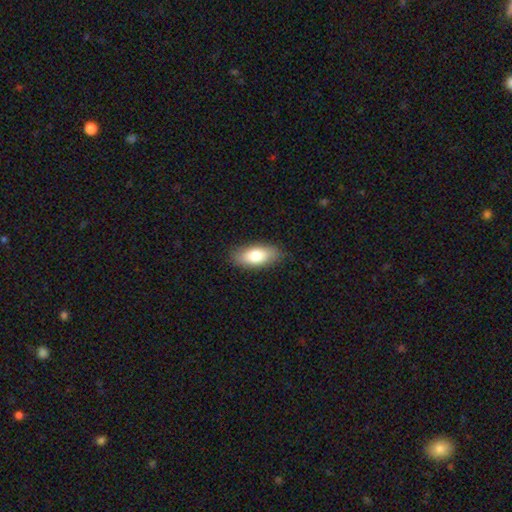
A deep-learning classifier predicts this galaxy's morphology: smooth_or_featured: smooth (p=0.79) [alt: featured or disk p=0.15]
how_rounded: in between (p=0.86) [alt: cigar-shaped p=0.12]
merging: none (p=0.86) [alt: minor disturbance p=0.11]